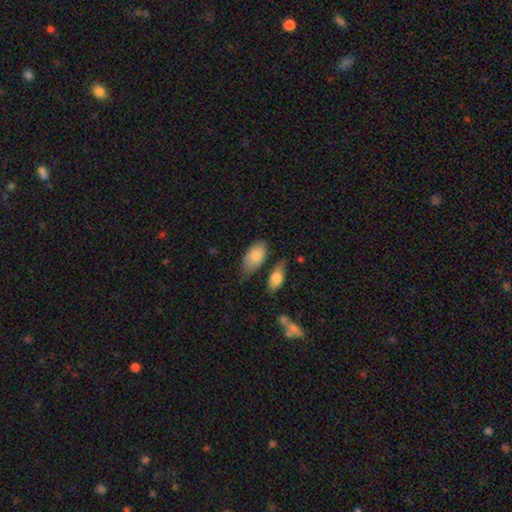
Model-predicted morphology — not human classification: A smooth galaxy with no disk features (82%) that is in between round and cigar-shaped (93%).

Vote fractions:
- Smooth or featured? smooth: 82% / featured or disk: 12% / star or artifact: 6%
- How rounded? in between: 93% / round: 4% / cigar-shaped: 3%
- Merging? none: 56% / minor disturbance: 26% / merger: 11% / major disturbance: 7%